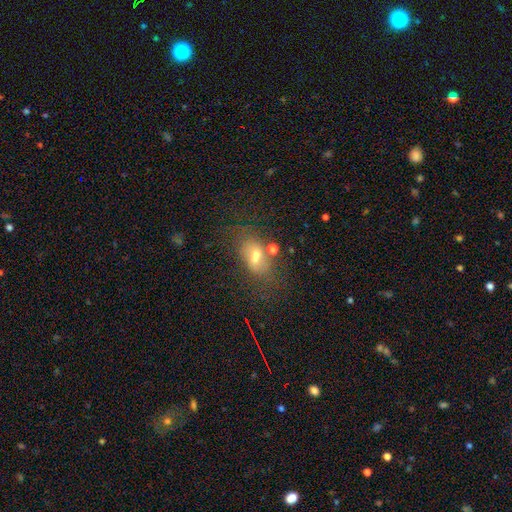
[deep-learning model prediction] Smooth or featured: smooth — 56% (featured or disk — 27%)
How rounded: in between — 79% (round — 17%)
Merging: none — 51% (merger — 19%)